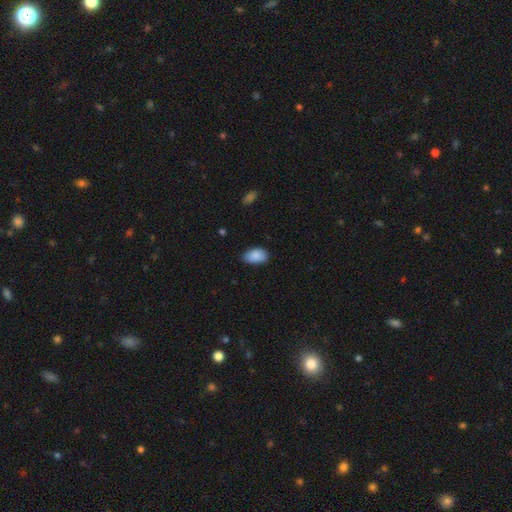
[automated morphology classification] smooth 88%, star or artifact 7%, featured or disk 5%. Down the decision tree: how rounded — in between (91%); merging — none (79%).